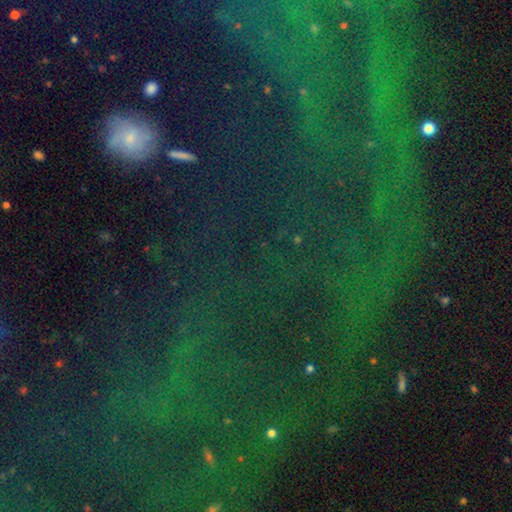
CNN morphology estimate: A star or artifact, not a galaxy (74%).